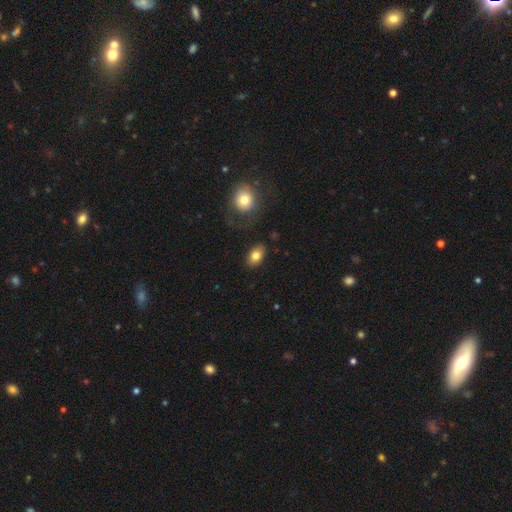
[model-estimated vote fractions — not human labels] smooth-or-featured: smooth: 80% | featured or disk: 11% | star or artifact: 8%
  how-rounded: in between: 86% | round: 12% | cigar-shaped: 2%
  merging: none: 84% | minor disturbance: 11% | major disturbance: 3% | merger: 2%